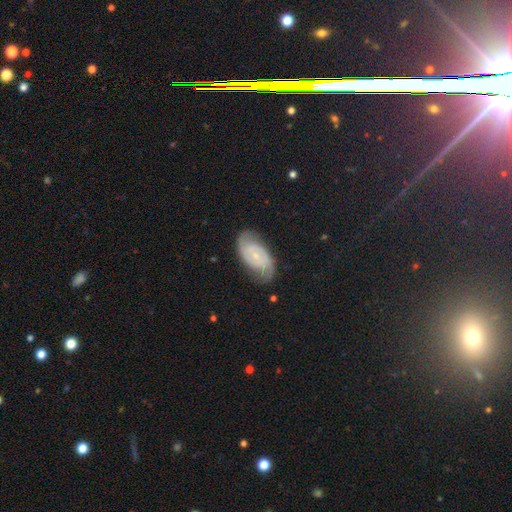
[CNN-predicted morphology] smooth_or_featured: featured or disk (p=0.74) [alt: smooth p=0.19]
disk_edge_on: no (p=0.96) [alt: yes p=0.04]
bar: no (p=0.59) [alt: weak p=0.34]
has_spiral_arms: yes (p=0.92) [alt: no p=0.08]
spiral_winding: tight (p=0.49) [alt: medium p=0.38]
spiral_arm_count: 2 (p=0.81) [alt: can't tell p=0.12]
bulge_size: small (p=0.76) [alt: moderate p=0.17]
merging: none (p=0.73) [alt: minor disturbance p=0.19]